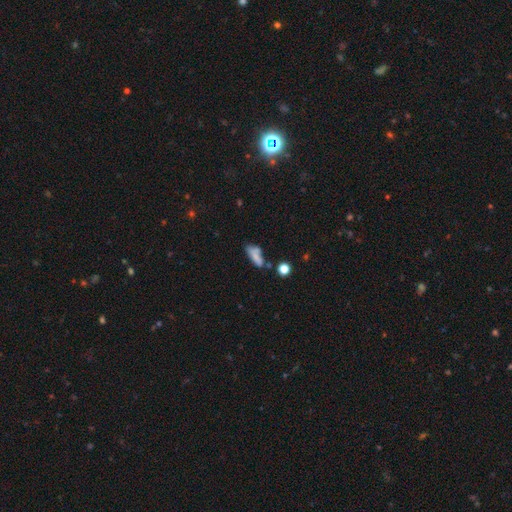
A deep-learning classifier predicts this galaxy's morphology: Smooth or featured? smooth (68%)
How rounded? in between (65%)
Merging? none (43%)